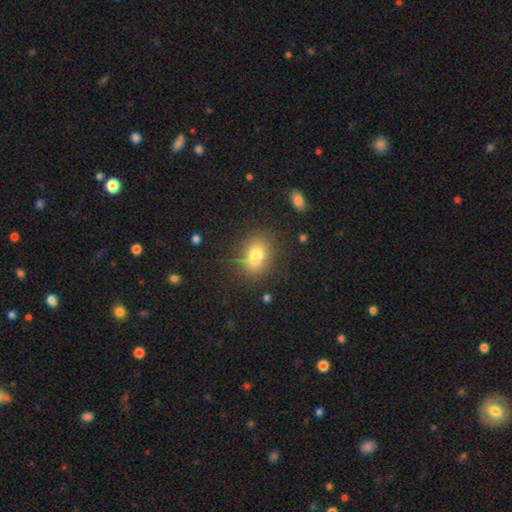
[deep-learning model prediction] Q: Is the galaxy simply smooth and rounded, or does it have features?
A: smooth — 78%.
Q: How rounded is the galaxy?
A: in between — 65%.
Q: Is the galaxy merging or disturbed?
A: none — 84%.